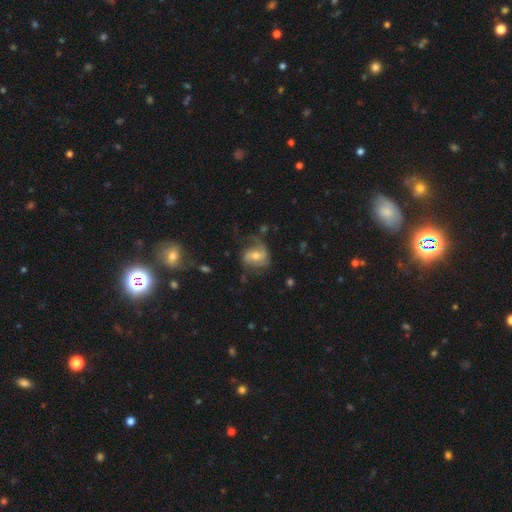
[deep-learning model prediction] smooth-or-featured: featured or disk: 69% | smooth: 23% | star or artifact: 8%
  disk-edge-on: no: 97% | yes: 3%
    bar: weak: 42% (tied) | no: 42% (tied) | strong: 16%
    has-spiral-arms: yes: 87% | no: 13%
      spiral-winding: loose: 42% | medium: 39% | tight: 19%
      spiral-arm-count: 2: 53% | 1: 23% | can't tell: 14% | 3: 6% | 4: 2% | more than 4: 2%
    bulge-size: moderate: 67% | small: 26% | large: 5% | none: 1% | dominant: 1%
  merging: none: 46% | major disturbance: 27% | minor disturbance: 24% | merger: 3%